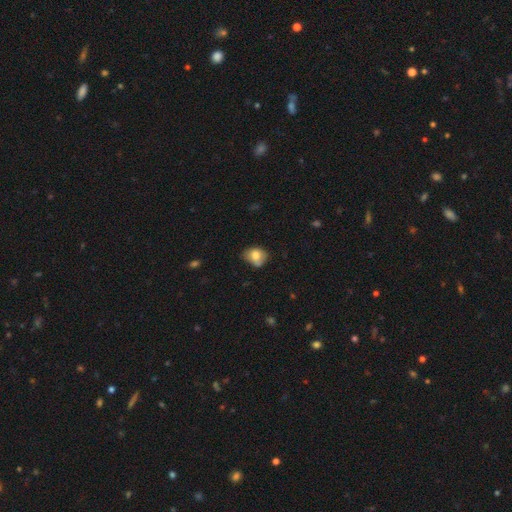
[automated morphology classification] smooth 77%, featured or disk 14%, star or artifact 9%. Down the decision tree: how rounded — in between (50%); merging — none (48%).